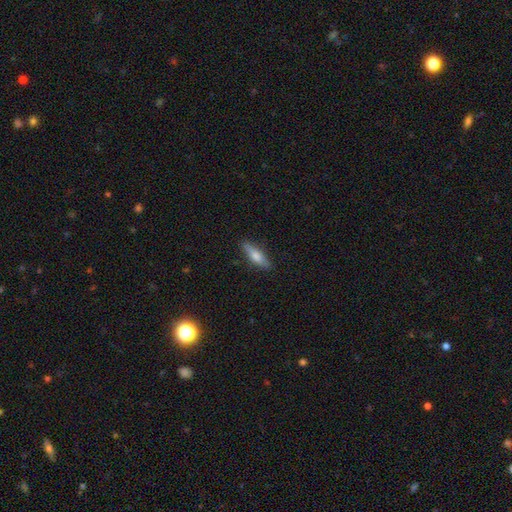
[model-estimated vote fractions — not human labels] This appears to be a smooth galaxy with no disk features (60%) that is cigar-shaped (66%). Merging: none (87%).